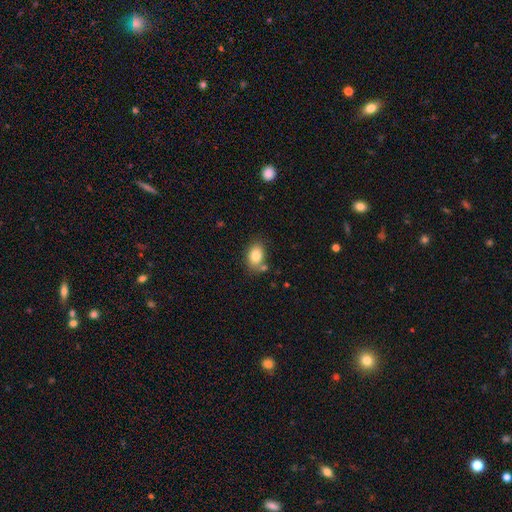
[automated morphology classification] type=smooth (82%); roundness=in between (83%); merging=none (71%).